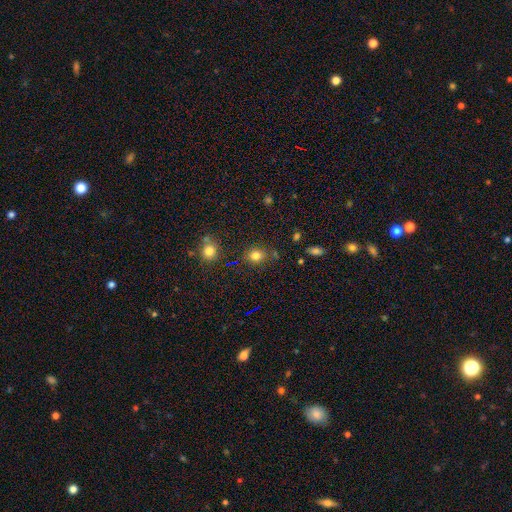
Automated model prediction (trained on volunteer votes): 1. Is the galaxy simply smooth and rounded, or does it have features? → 80% smooth, 14% star or artifact, 6% featured or disk.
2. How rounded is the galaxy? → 69% round, 30% in between, 1% cigar-shaped.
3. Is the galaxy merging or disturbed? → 80% none, 12% minor disturbance, 5% merger, 3% major disturbance.